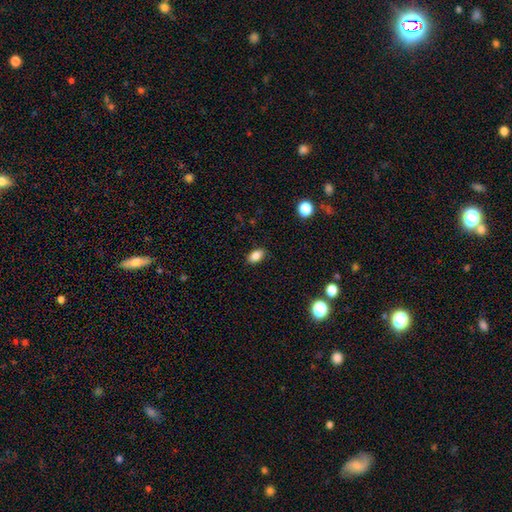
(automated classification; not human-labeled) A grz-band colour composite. It shows a smooth galaxy with no disk features (85%) that is in between round and cigar-shaped (89%). Merging: none (87%).